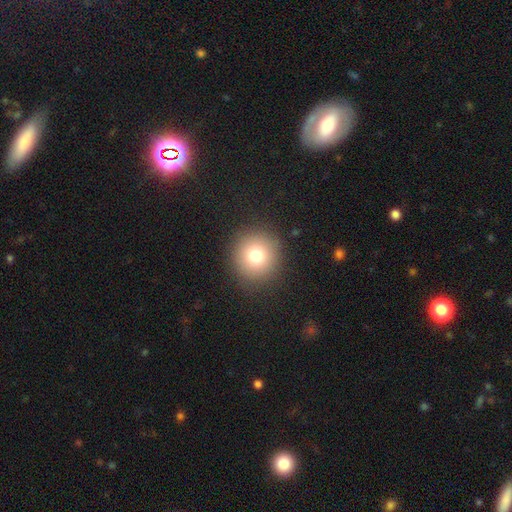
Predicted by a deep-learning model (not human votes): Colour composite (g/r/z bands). It shows a smooth galaxy with no disk features (78%) that is round (93%). Merging: none (89%).